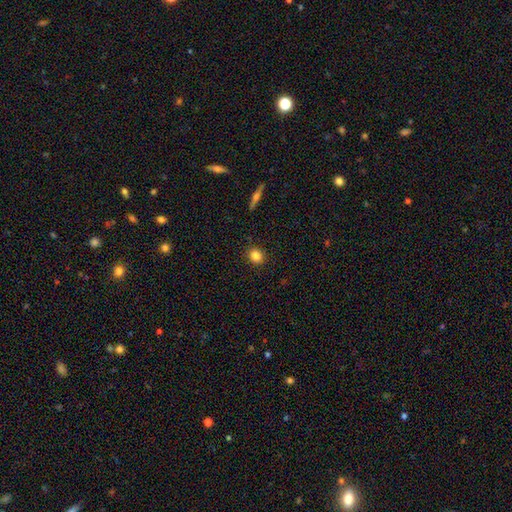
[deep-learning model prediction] This is clearly a smooth galaxy (84%). How rounded: likely round (74%). Merging: clearly none (90%).